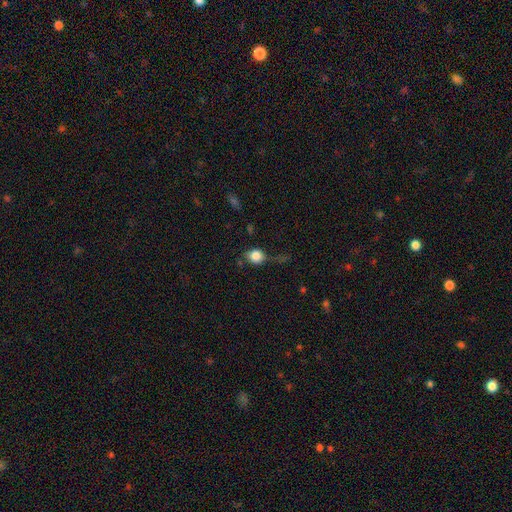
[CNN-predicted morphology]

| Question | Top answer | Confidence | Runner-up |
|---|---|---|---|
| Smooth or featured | smooth | 79% | featured or disk (12%) |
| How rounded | round | 69% | in between (29%) |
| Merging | none | 53% | minor disturbance (27%) |